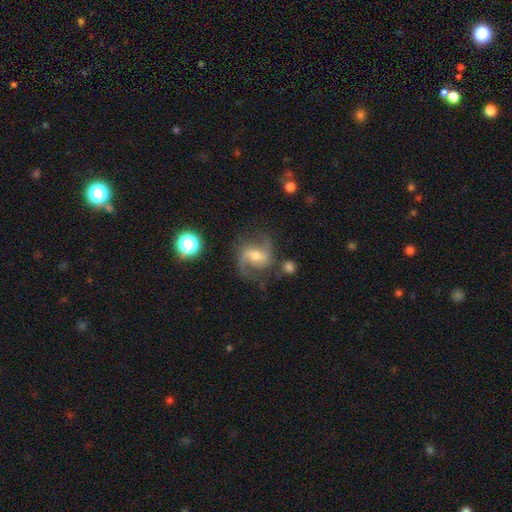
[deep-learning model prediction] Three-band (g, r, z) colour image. It shows a featured or disk galaxy (86%) with a weak bar (48%), 2 (88%) medium (50%) spiral arms (97%) and a moderate central bulge (59%). Merging: none (73%).